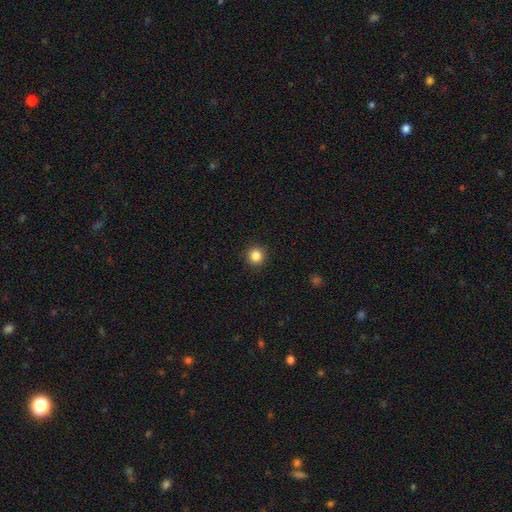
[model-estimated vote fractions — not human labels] smooth-or-featured: smooth: 85% | star or artifact: 11% | featured or disk: 4%
  how-rounded: round: 94% | in between: 5% | cigar-shaped: 1%
  merging: none: 93% | minor disturbance: 5% | major disturbance: 2% | merger: 1%